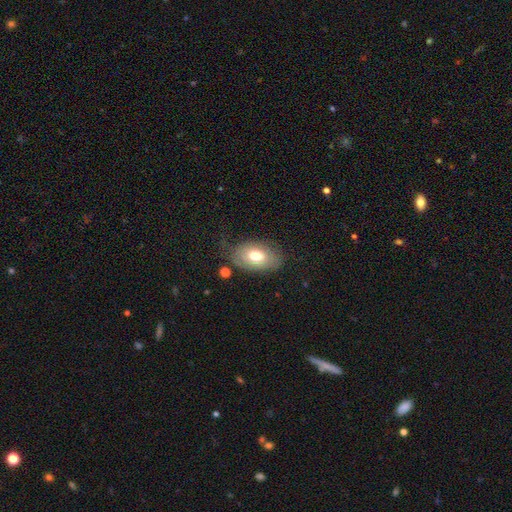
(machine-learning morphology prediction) Smooth or featured: smooth — 70% (featured or disk — 22%)
How rounded: in between — 88% (round — 11%)
Merging: none — 65% (minor disturbance — 23%)